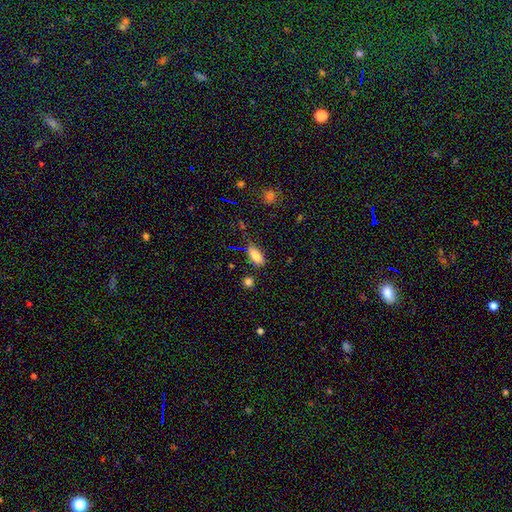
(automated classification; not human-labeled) Smooth or featured: smooth — 79% (featured or disk — 12%)
How rounded: in between — 81% (cigar-shaped — 15%)
Merging: none — 69% (minor disturbance — 21%)